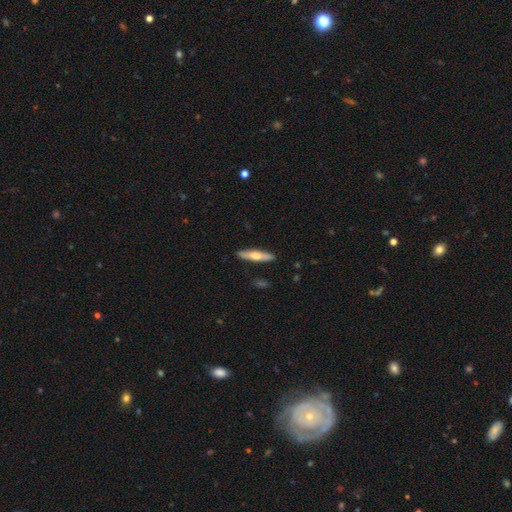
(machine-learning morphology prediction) Smooth or featured? Predicted: smooth (p=0.58). How rounded? Predicted: cigar-shaped (p=0.83). Merging? Predicted: none (p=0.90).